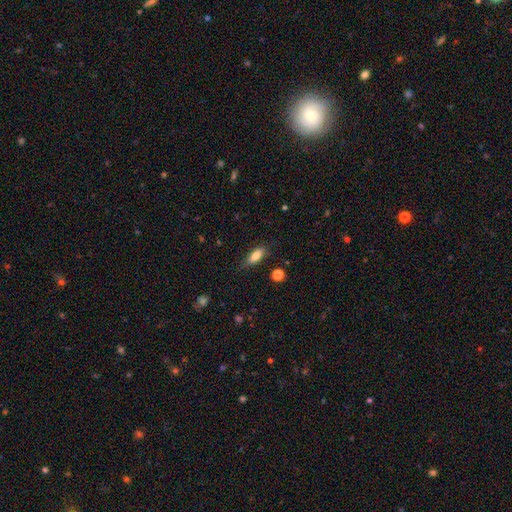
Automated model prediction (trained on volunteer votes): This is likely a smooth galaxy (78%). How rounded: likely in between (74%). Merging: likely none (76%).